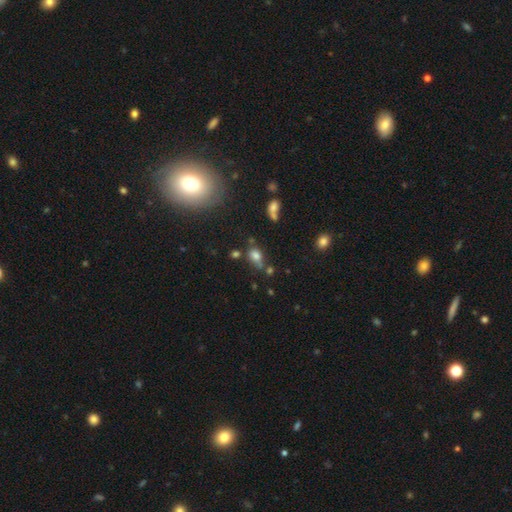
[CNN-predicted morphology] Q: Smooth or featured?
A: smooth (72%); runner-up: star or artifact (15%)
Q: How rounded?
A: in between (70%); runner-up: round (26%)
Q: Merging?
A: none (45%); runner-up: merger (23%)